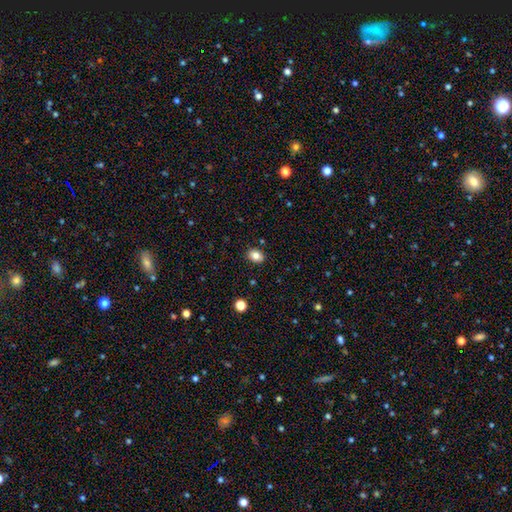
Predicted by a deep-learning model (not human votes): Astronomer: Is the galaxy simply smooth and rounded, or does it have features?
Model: smooth — 83%.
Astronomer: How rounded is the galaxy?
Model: in between — 66%.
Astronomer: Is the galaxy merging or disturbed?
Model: none — 88%.